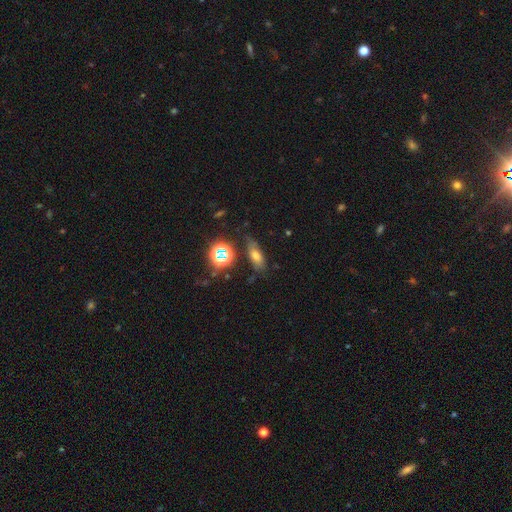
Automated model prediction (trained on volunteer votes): Q: Smooth or featured?
A: smooth (58%); runner-up: star or artifact (23%)
Q: How rounded?
A: in between (66%); runner-up: cigar-shaped (24%)
Q: Merging?
A: none (67%); runner-up: minor disturbance (21%)